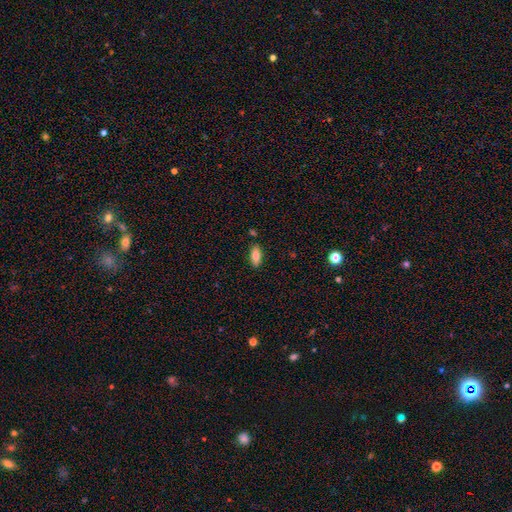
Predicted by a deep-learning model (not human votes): A smooth galaxy with no disk features (83%) that is in between round and cigar-shaped (86%). Merging: none (85%).